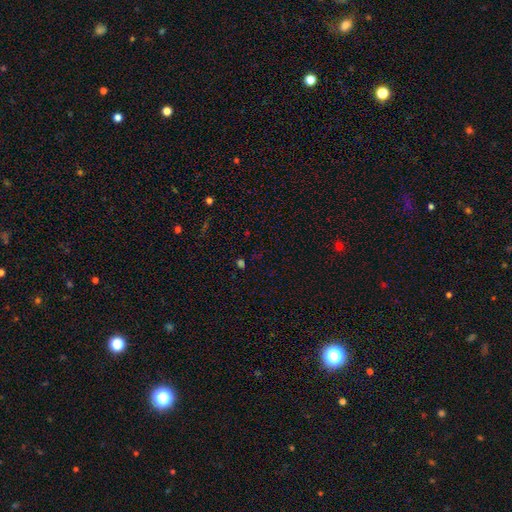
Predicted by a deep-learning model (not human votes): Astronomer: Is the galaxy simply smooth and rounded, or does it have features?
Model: star or artifact — 56% (runner-up: smooth, 37%).